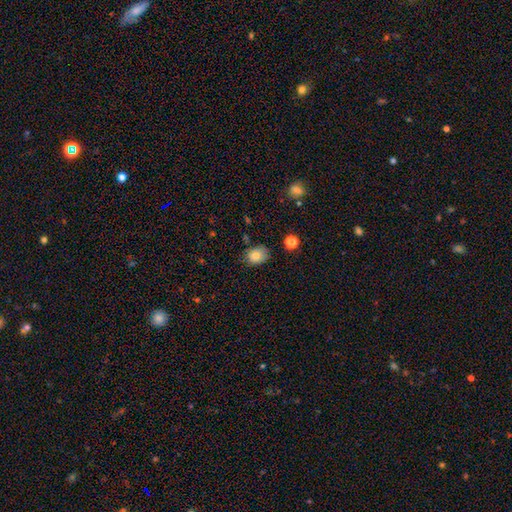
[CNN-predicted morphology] A smooth galaxy with no disk features (81%) that is in between round and cigar-shaped (58%). Merging: none (71%).